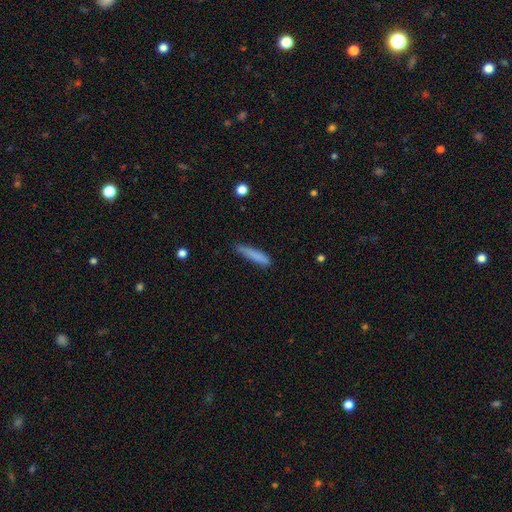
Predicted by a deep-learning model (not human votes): Smooth or featured?
  - smooth: 82% *
  - featured or disk: 11%
  - star or artifact: 7%
How rounded?
  - cigar-shaped: 91% *
  - in between: 8%
  - round: 1%
Merging?
  - none: 78% *
  - minor disturbance: 17%
  - major disturbance: 3%
  - merger: 2%